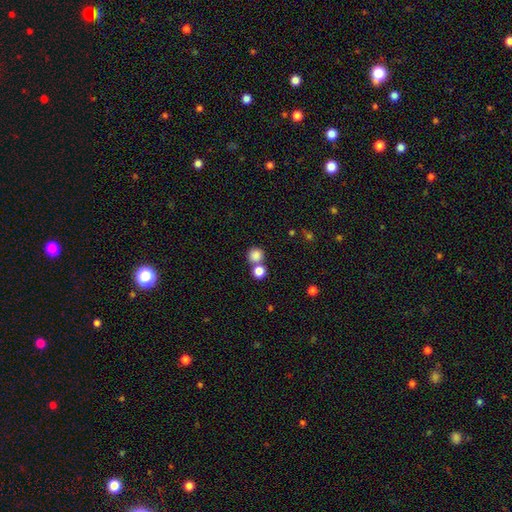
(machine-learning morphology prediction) smooth 84%, star or artifact 11%, featured or disk 6%. Down the decision tree: how rounded — round (90%); merging — none (58%).